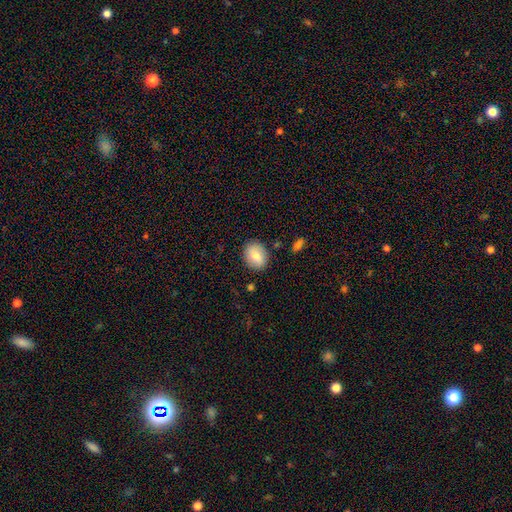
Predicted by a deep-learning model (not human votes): Smooth or featured: smooth — 75% (featured or disk — 17%)
How rounded: in between — 53% (round — 46%)
Merging: none — 85% (minor disturbance — 11%)